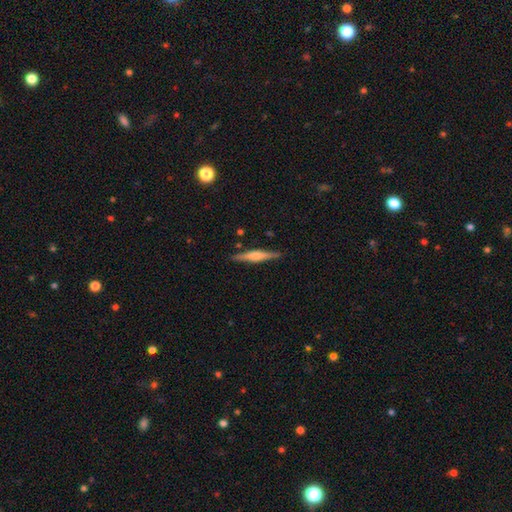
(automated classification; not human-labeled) Smooth or featured? featured or disk (62%)
Edge-on disk? yes (97%)
Edge-on bulge? rounded (72%)
Merging? none (88%)